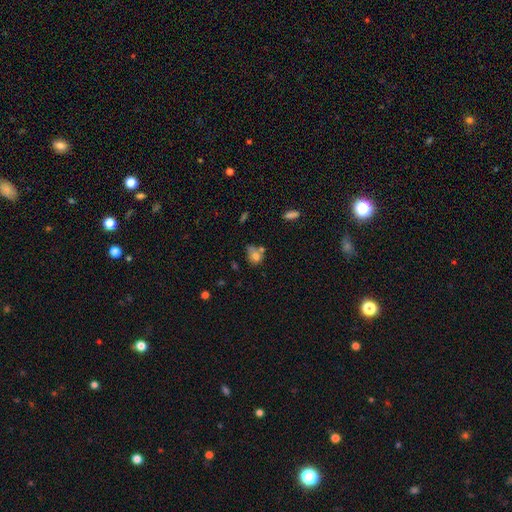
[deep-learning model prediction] Smooth or featured: smooth — 71% (featured or disk — 17%)
How rounded: round — 51% (in between — 48%)
Merging: none — 38% (merger — 31%)